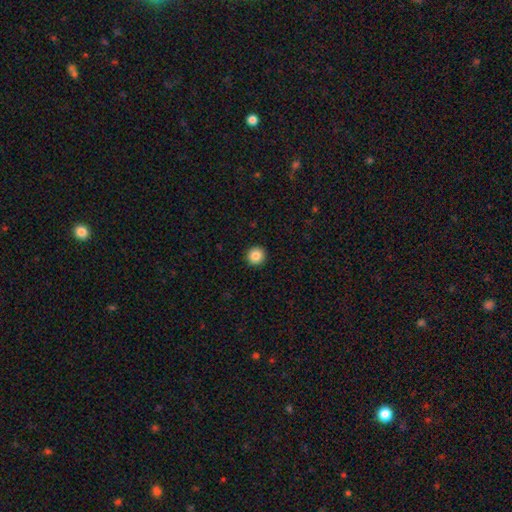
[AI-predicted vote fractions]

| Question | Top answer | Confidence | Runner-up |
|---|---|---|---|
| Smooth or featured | smooth | 86% | star or artifact (10%) |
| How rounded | round | 95% | in between (4%) |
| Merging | none | 93% | minor disturbance (4%) |